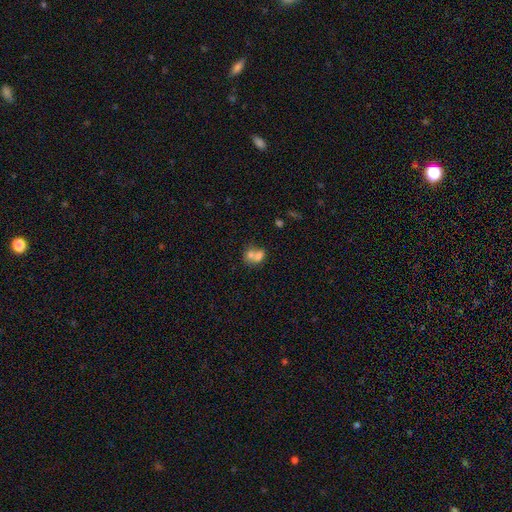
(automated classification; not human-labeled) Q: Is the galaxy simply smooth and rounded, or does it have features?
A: smooth — 69%.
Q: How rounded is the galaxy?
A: round — 52%.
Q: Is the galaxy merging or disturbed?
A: merger — 70%.